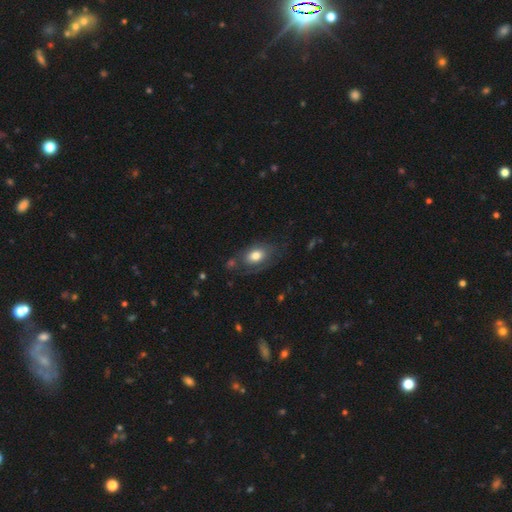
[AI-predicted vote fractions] A smooth galaxy with no disk features (66%) that is in between round and cigar-shaped (87%).

Vote fractions:
- Smooth or featured? smooth: 66% / featured or disk: 27% / star or artifact: 7%
- How rounded? in between: 87% / round: 10% / cigar-shaped: 2%
- Merging? none: 62% / minor disturbance: 22% / major disturbance: 12% / merger: 4%